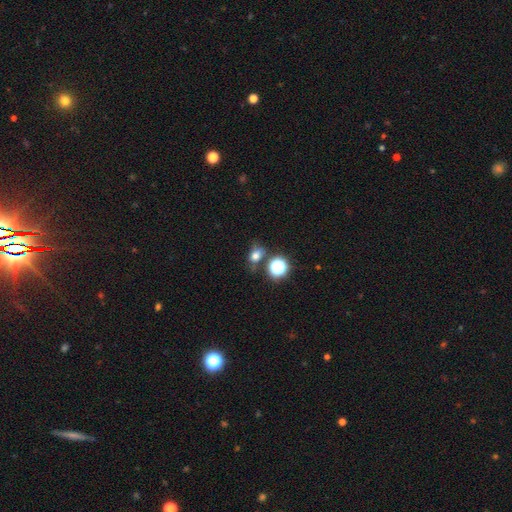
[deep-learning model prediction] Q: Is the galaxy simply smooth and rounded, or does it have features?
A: smooth — 68%.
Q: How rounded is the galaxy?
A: in between — 58%.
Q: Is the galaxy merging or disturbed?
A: none — 60%.